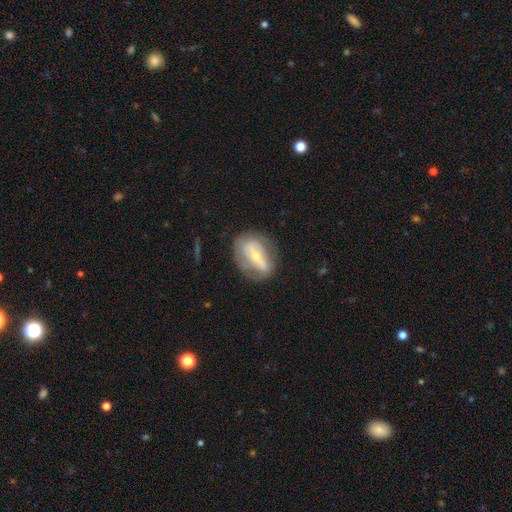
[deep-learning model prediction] This appears to be a featured or disk galaxy (67%) with a strong bar (50%), spiral arms (55%) and a small central bulge (51%). Merging: none (69%).